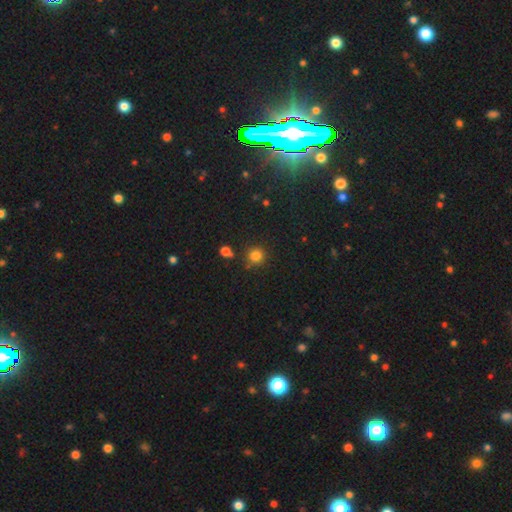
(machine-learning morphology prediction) A smooth galaxy with no disk features (81%) that is round (92%).

Vote fractions:
- Smooth or featured? smooth: 81% / star or artifact: 14% / featured or disk: 5%
- How rounded? round: 92% / in between: 7% / cigar-shaped: 1%
- Merging? none: 82% / minor disturbance: 9% / merger: 6% / major disturbance: 3%